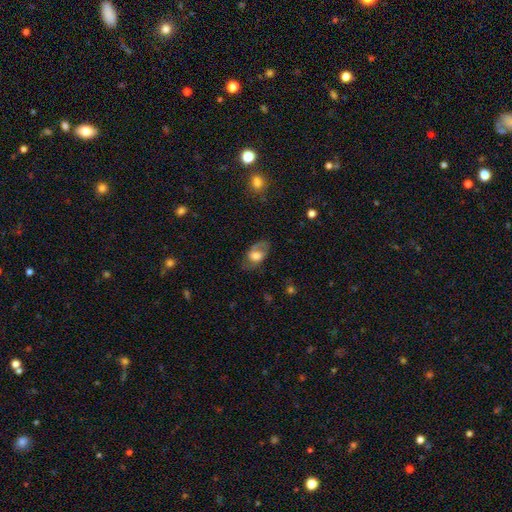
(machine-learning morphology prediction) Smooth or featured? Predicted: featured or disk (p=0.47). Merging? Predicted: none (p=0.64).